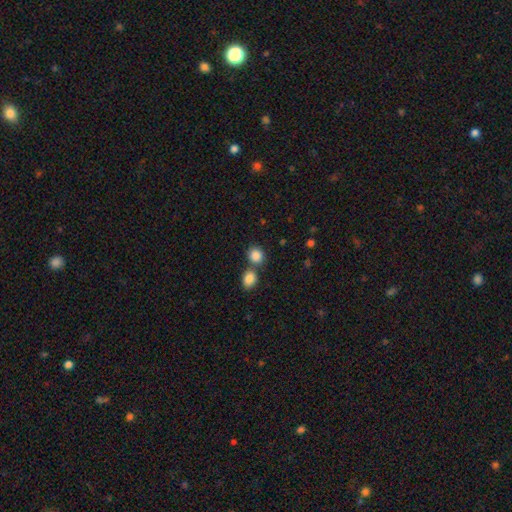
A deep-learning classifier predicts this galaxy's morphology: Smooth or featured? smooth (87%)
How rounded? round (72%)
Merging? none (56%)